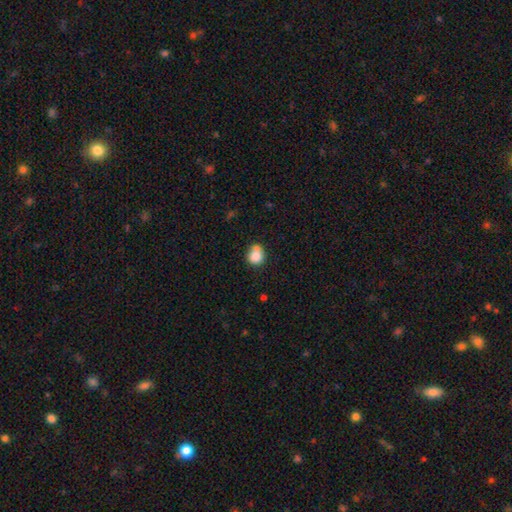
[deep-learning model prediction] Smooth or featured? Predicted: smooth (p=0.82). How rounded? Predicted: round (p=0.72). Merging? Predicted: none (p=0.49).